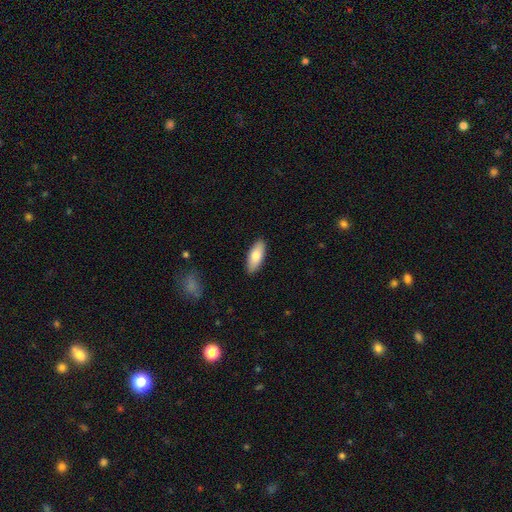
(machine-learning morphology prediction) type=smooth (79%); roundness=in between (80%); merging=none (89%).